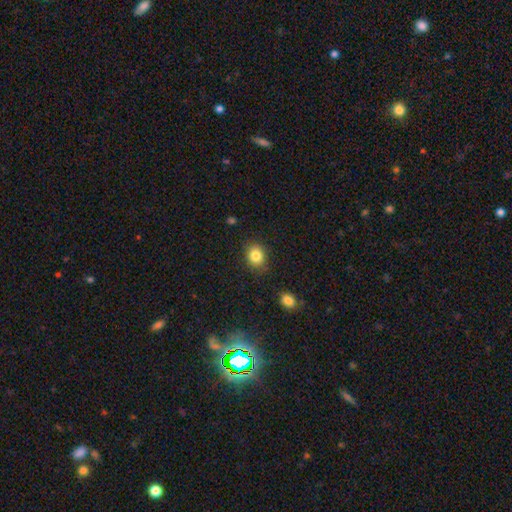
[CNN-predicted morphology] A smooth galaxy with no disk features (84%) that is round (56%). Merging: none (84%).